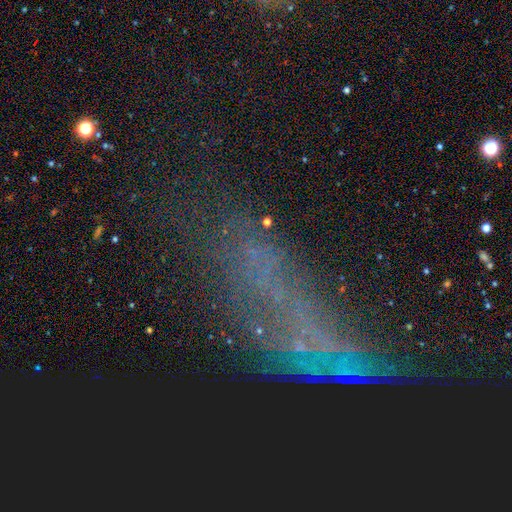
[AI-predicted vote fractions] The model was most divided on "smooth or featured": star or artifact: 44%, featured or disk: 33%, smooth: 23%.